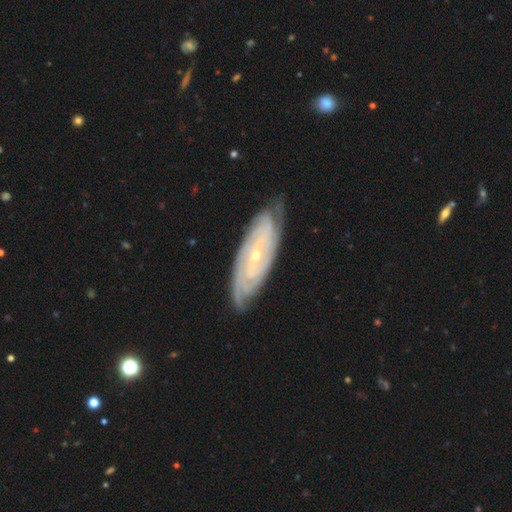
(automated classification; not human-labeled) Smooth or featured? featured or disk (86%)
Edge-on disk? no (89%)
Bar? no (63%)
Spiral arms? yes (96%)
Spiral winding? tight (78%)
Spiral arm count? can't tell (34%)
Bulge size? small (77%)
Merging? none (78%)